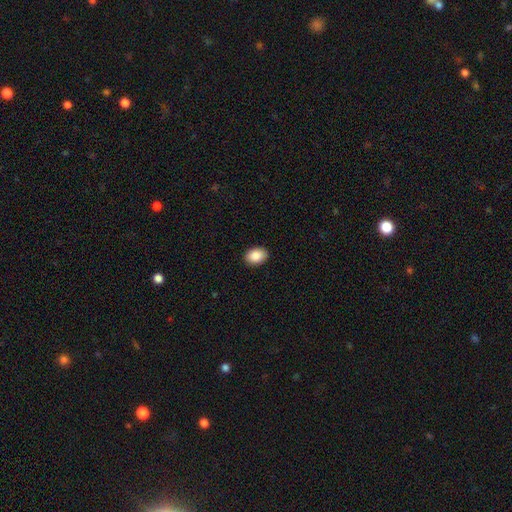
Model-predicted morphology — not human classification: Smooth or featured?
  - smooth: 89% *
  - star or artifact: 7%
  - featured or disk: 4%
How rounded?
  - in between: 80% *
  - round: 19%
  - cigar-shaped: 1%
Merging?
  - none: 90% *
  - minor disturbance: 7%
  - major disturbance: 2%
  - merger: 1%